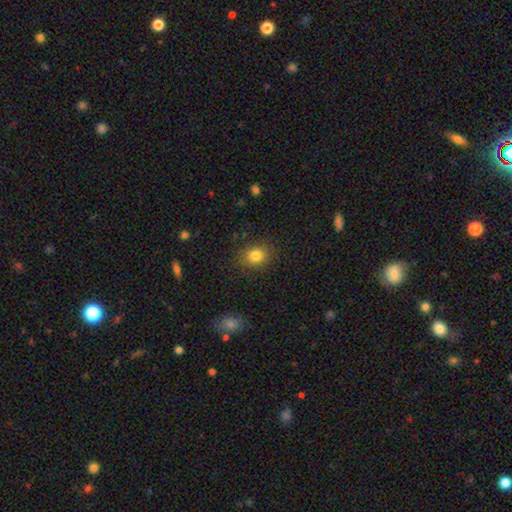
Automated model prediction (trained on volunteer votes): Q: Smooth or featured?
A: smooth (82%); runner-up: star or artifact (11%)
Q: How rounded?
A: round (57%); runner-up: in between (42%)
Q: Merging?
A: none (84%); runner-up: minor disturbance (11%)